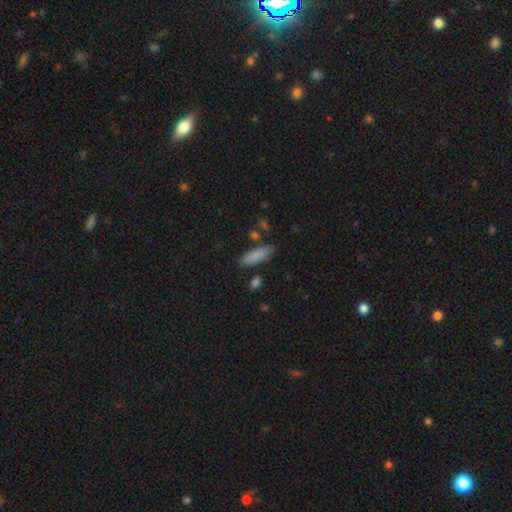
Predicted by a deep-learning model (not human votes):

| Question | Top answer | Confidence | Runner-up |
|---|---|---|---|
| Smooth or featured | smooth | 86% | featured or disk (8%) |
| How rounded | in between | 56% | cigar-shaped (42%) |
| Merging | none | 78% | minor disturbance (14%) |